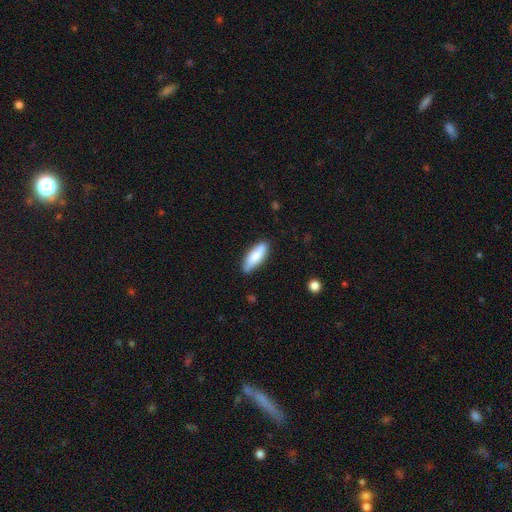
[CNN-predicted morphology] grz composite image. It shows a smooth galaxy with no disk features (78%) that is in between round and cigar-shaped (59%). Merging: none (82%).